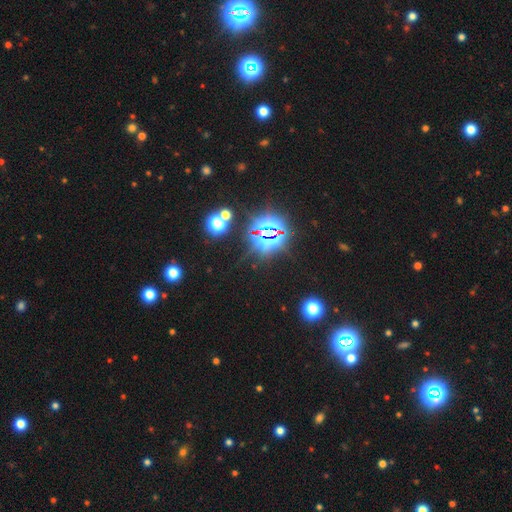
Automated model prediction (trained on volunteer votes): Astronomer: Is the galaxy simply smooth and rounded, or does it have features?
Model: star or artifact — 81%.